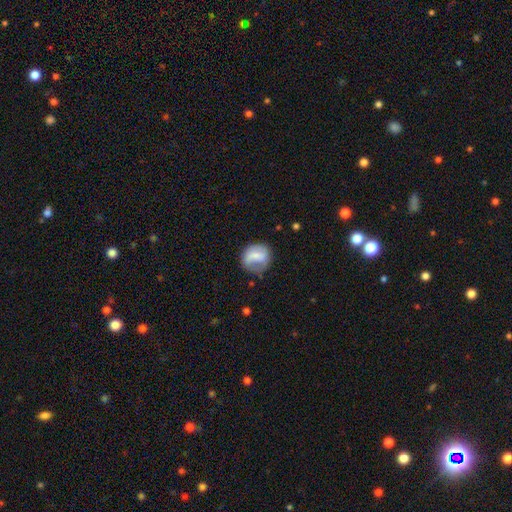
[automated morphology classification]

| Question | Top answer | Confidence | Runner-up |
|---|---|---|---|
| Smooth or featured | smooth | 59% | featured or disk (33%) |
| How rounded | round | 76% | in between (22%) |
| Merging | none | 57% | minor disturbance (26%) |